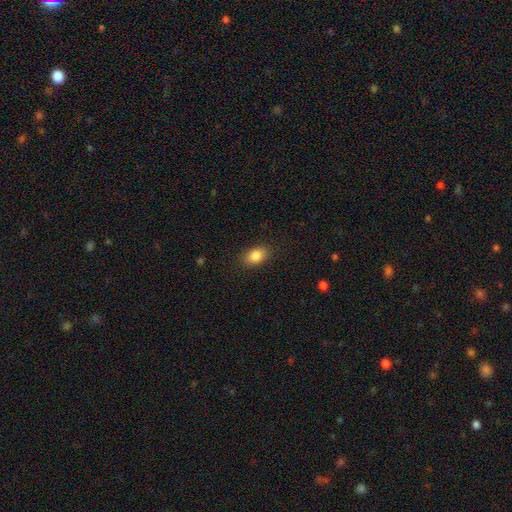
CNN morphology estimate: This appears to be a smooth galaxy with no disk features (86%) that is in between round and cigar-shaped (85%). Merging: none (86%).